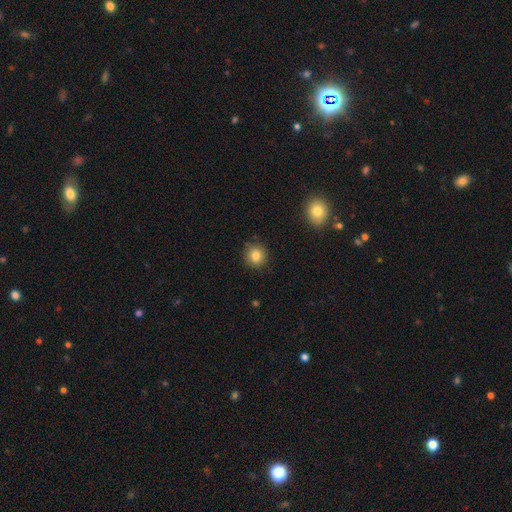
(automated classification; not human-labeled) A smooth galaxy with no disk features (82%) that is round (91%).

Vote fractions:
- Smooth or featured? smooth: 82% / star or artifact: 11% / featured or disk: 7%
- How rounded? round: 91% / in between: 8% / cigar-shaped: 1%
- Merging? none: 89% / minor disturbance: 8% / major disturbance: 2% / merger: 1%